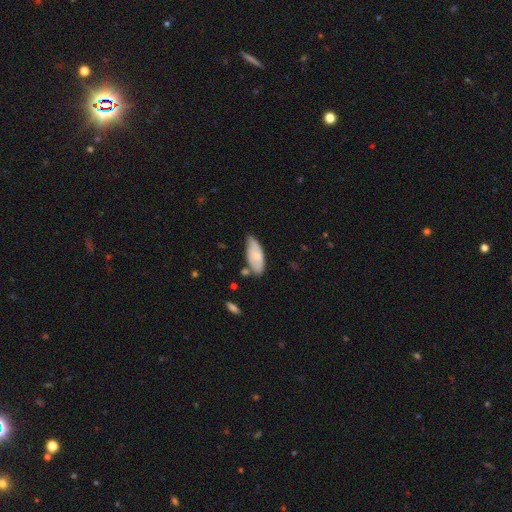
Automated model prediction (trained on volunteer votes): A smooth galaxy with no disk features (66%) that is in between round and cigar-shaped (84%). Merging: none (52%).